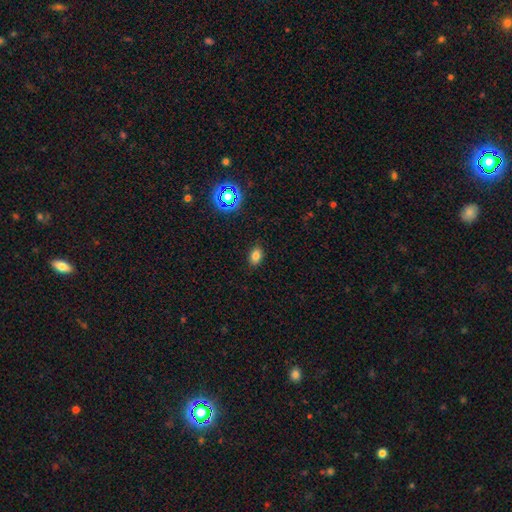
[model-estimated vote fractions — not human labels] Smooth or featured? smooth (80%)
How rounded? in between (83%)
Merging? none (87%)